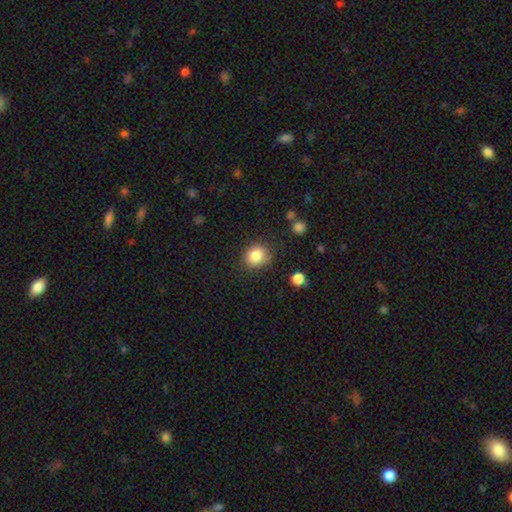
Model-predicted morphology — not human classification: The model was most divided on "how rounded": round: 75%, in between: 24%, cigar-shaped: 1%. More confident: smooth or featured — smooth (85%); merging — none (80%).